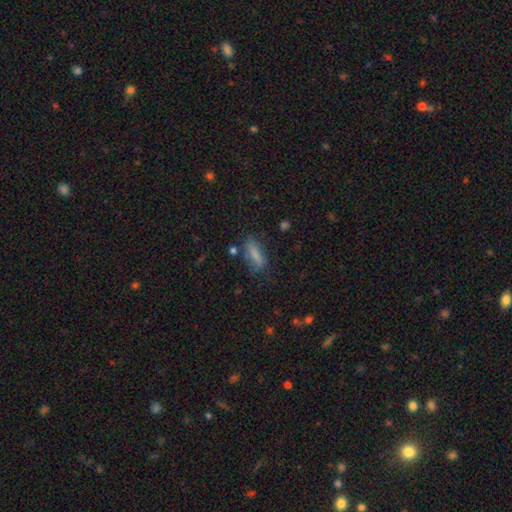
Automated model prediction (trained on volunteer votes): The model was most divided on "how rounded": in between: 53%, cigar-shaped: 43%, round: 3%. More confident: smooth or featured — smooth (75%); merging — none (64%).